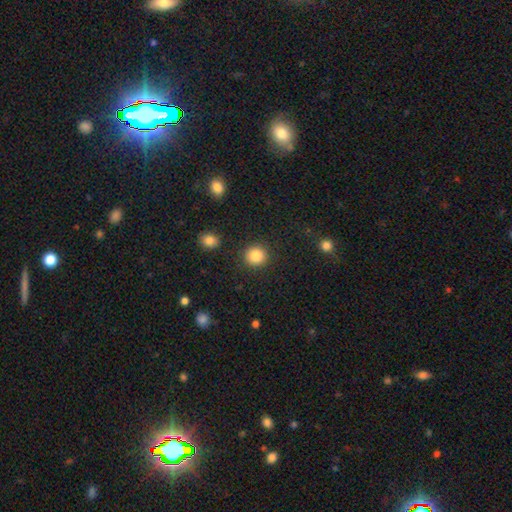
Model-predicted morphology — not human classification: This appears to be a smooth galaxy with no disk features (85%) that is round (90%). Merging: none (90%).